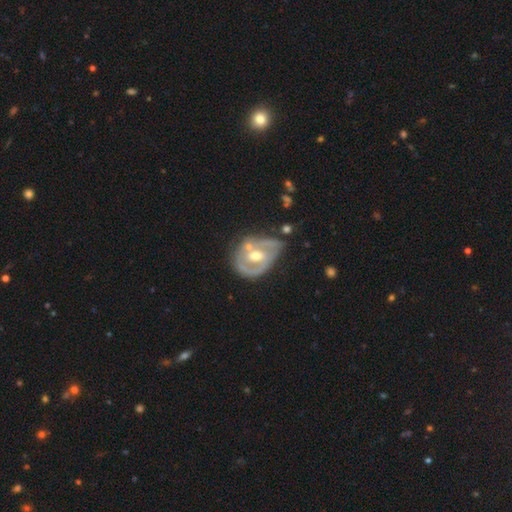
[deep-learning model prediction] Smooth or featured: featured or disk — 77% (smooth — 18%)
Edge-on disk: no — 96% (yes — 4%)
Bar: no — 42% (weak — 39%)
Spiral arms: yes — 64% (no — 36%)
Bulge size: moderate — 76% (small — 17%)
Merging: none — 47% (minor disturbance — 27%)